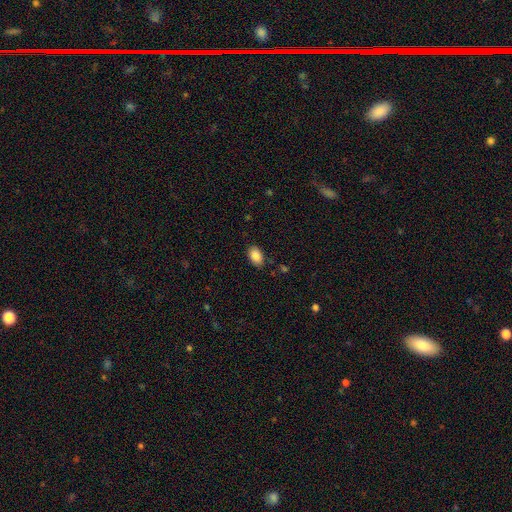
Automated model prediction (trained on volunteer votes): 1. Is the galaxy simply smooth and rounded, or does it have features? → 88% smooth, 8% star or artifact, 4% featured or disk.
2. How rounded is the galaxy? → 89% in between, 10% round, 1% cigar-shaped.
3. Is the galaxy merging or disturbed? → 85% none, 11% minor disturbance, 3% major disturbance, 1% merger.